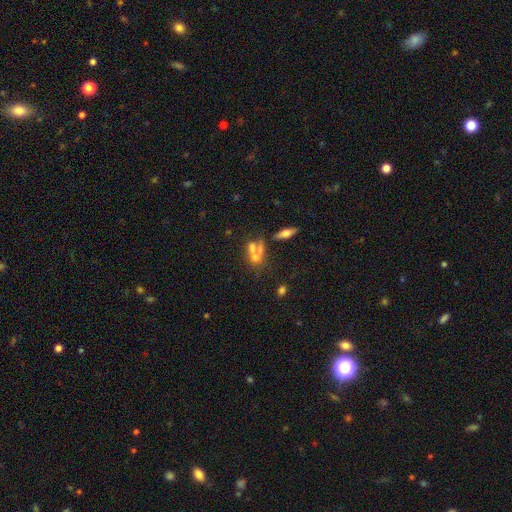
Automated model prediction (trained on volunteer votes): Smooth or featured?
  - smooth: 49% *
  - featured or disk: 32%
  - star or artifact: 20%
Merging?
  - merger: 48% *
  - none: 35%
  - minor disturbance: 10%
  - major disturbance: 7%